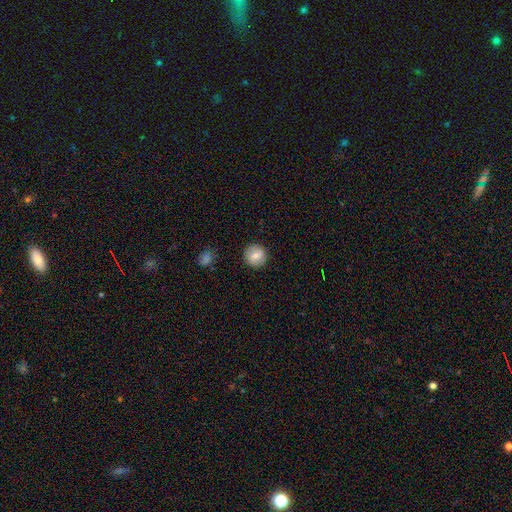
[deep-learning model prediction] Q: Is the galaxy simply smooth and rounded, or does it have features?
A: smooth — 78%.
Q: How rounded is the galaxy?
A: round — 93%.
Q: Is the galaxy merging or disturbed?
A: none — 90%.